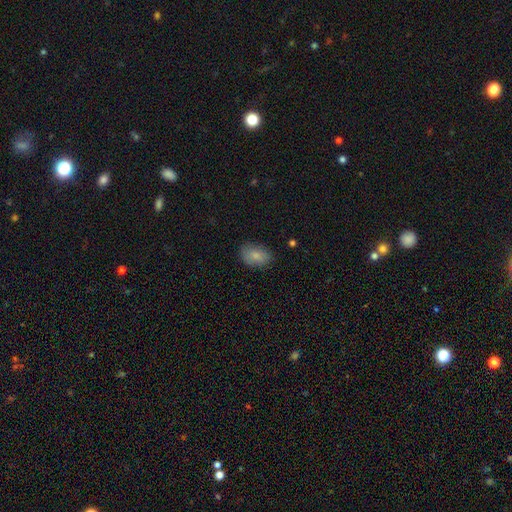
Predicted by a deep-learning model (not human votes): Morphology: type=smooth (82%); roundness=in between (85%); merging=none (79%).